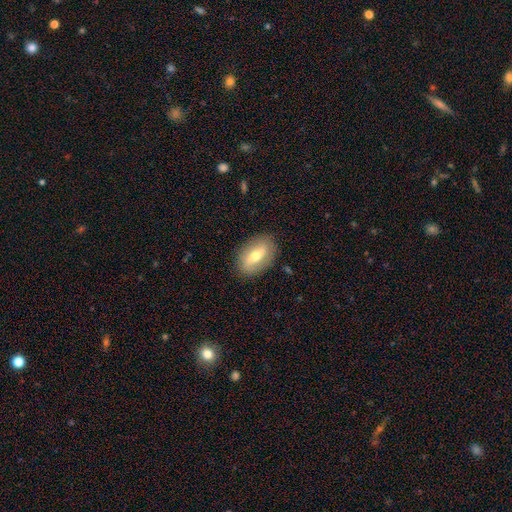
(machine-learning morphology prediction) The model was most divided on "smooth or featured": smooth: 53%, featured or disk: 40%, star or artifact: 7%. More confident: merging — none (86%); how rounded — in between (85%).